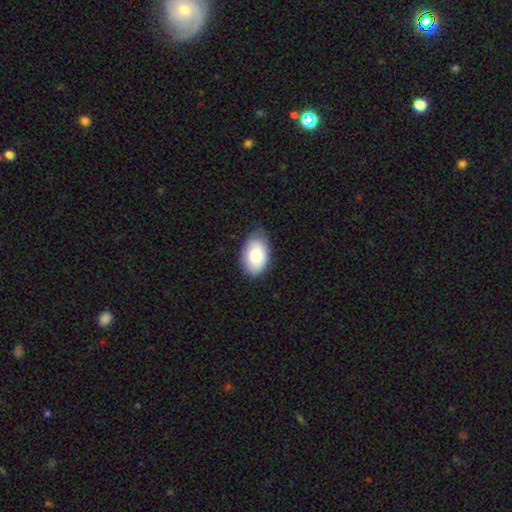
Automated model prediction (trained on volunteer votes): Smooth or featured?
  - smooth: 79% *
  - featured or disk: 15%
  - star or artifact: 6%
How rounded?
  - in between: 91% *
  - round: 8%
  - cigar-shaped: 1%
Merging?
  - none: 77% *
  - minor disturbance: 19%
  - major disturbance: 3%
  - merger: 1%